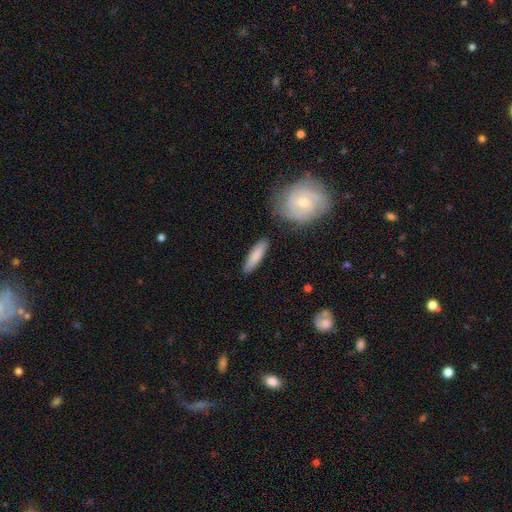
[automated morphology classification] Overall: smooth (79%). How rounded: cigar-shaped (73%). Merging: none (84%).